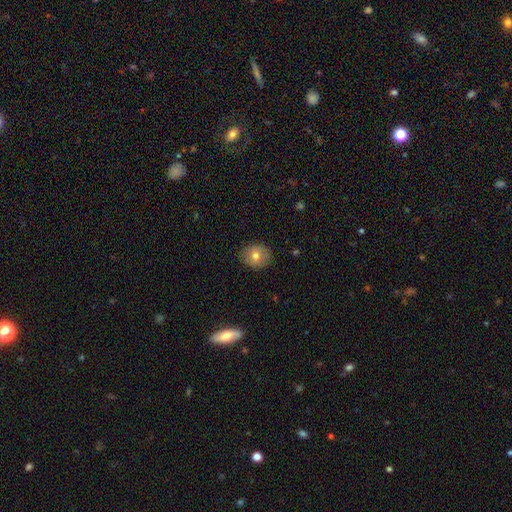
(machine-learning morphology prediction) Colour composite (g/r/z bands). It shows a smooth galaxy with no disk features (73%) that is round (69%). Merging: none (86%).